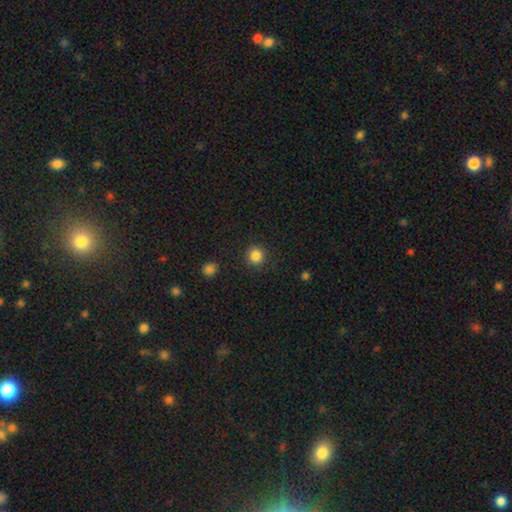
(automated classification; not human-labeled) smooth_or_featured: smooth (p=0.85) [alt: star or artifact p=0.11]
how_rounded: round (p=0.93) [alt: in between p=0.06]
merging: none (p=0.89) [alt: minor disturbance p=0.07]